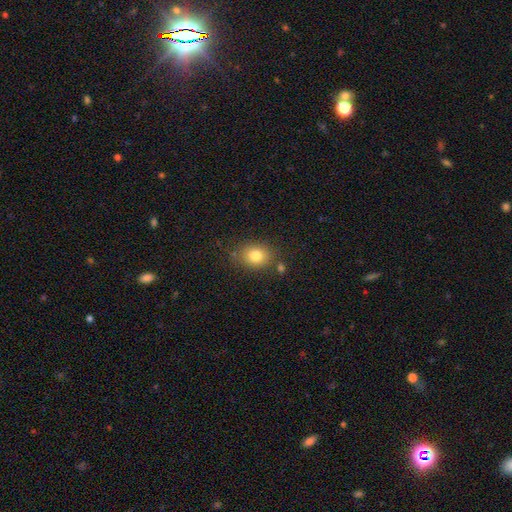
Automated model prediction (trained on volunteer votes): smooth-or-featured: smooth: 80% | star or artifact: 11% | featured or disk: 9%
  how-rounded: round: 53% | in between: 46% | cigar-shaped: 1%
  merging: none: 78% | minor disturbance: 13% | merger: 5% | major disturbance: 4%